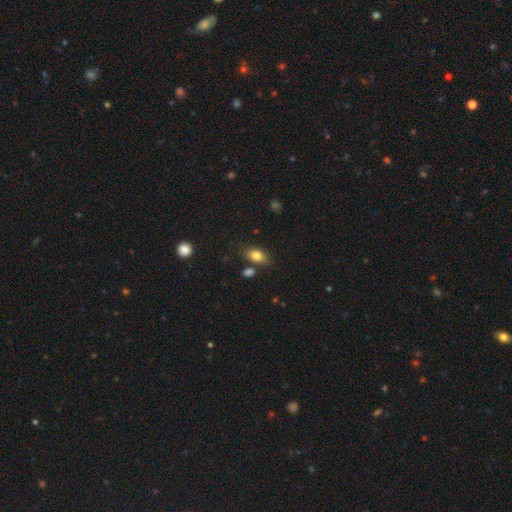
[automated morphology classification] smooth-or-featured: smooth: 82% | featured or disk: 9% | star or artifact: 9%
  how-rounded: in between: 86% | round: 11% | cigar-shaped: 3%
  merging: none: 73% | minor disturbance: 15% | merger: 8% | major disturbance: 4%